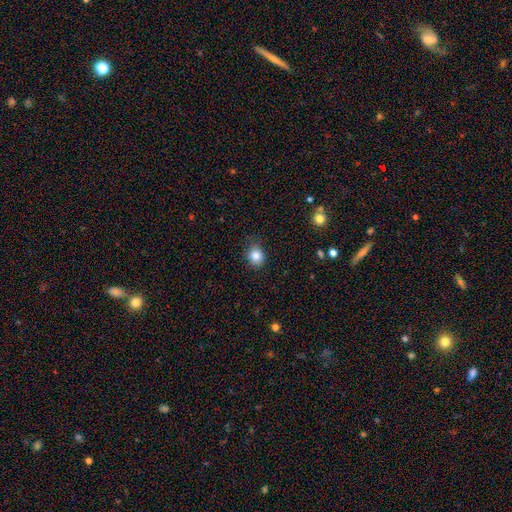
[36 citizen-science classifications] smooth_or_featured: smooth (p=0.86) [alt: featured or disk p=0.11]
how_rounded: round (p=0.65) [alt: in between p=0.35]
merging: none (p=0.86) [alt: minor disturbance p=0.14]